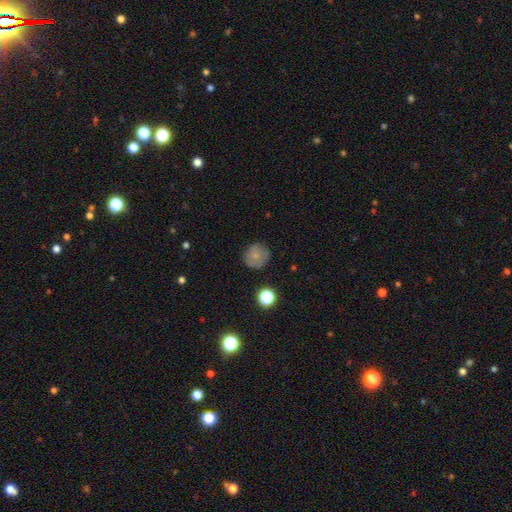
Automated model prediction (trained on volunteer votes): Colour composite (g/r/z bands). It shows a smooth galaxy with no disk features (76%) that is round (91%). Merging: none (82%).